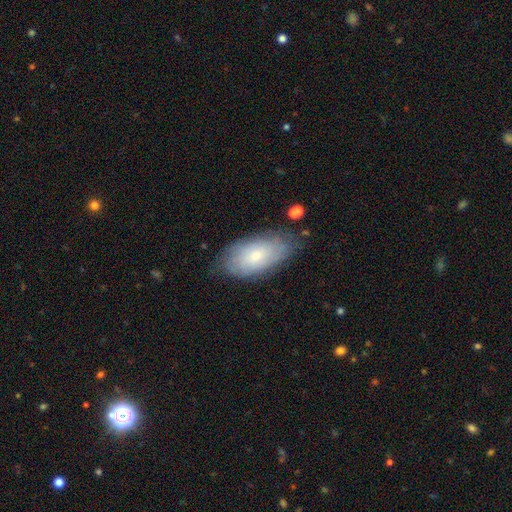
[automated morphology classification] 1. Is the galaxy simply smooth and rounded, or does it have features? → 59% smooth, 34% featured or disk, 7% star or artifact.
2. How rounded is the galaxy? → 93% in between, 4% cigar-shaped, 3% round.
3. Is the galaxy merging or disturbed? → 71% none, 22% minor disturbance, 5% major disturbance, 2% merger.